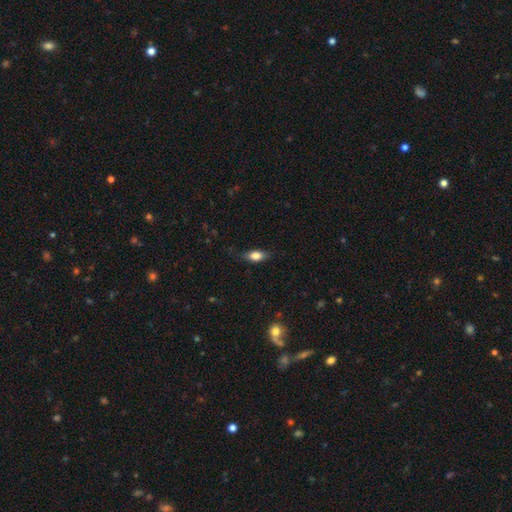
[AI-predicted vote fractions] Morphology: type=smooth (78%); roundness=in between (81%); merging=none (77%).